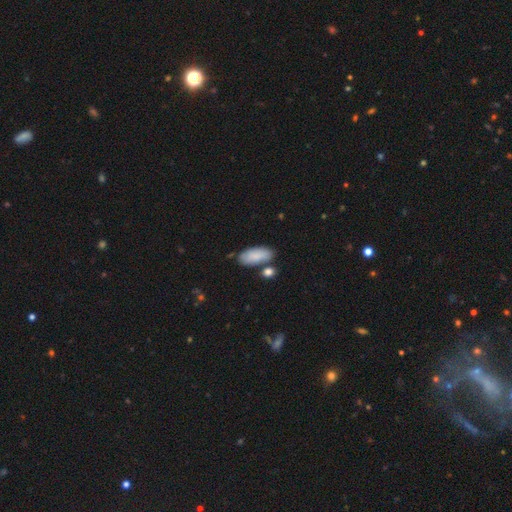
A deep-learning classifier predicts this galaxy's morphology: smooth-or-featured: smooth: 85% | featured or disk: 9% | star or artifact: 6%
  how-rounded: in between: 89% | cigar-shaped: 9% | round: 2%
  merging: none: 66% | minor disturbance: 15% | merger: 14% | major disturbance: 4%